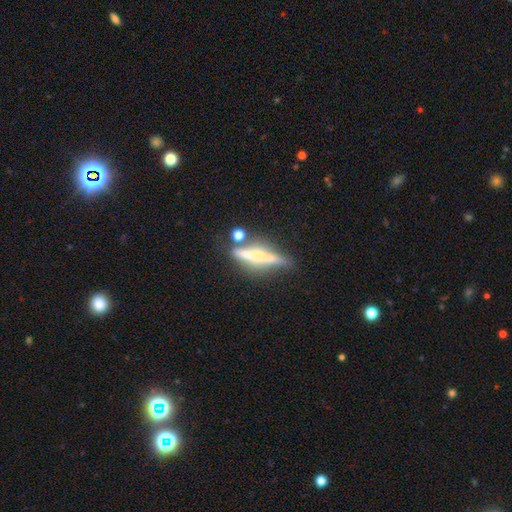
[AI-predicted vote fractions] smooth-or-featured: featured or disk: 58% | smooth: 32% | star or artifact: 10%
  disk-edge-on: yes: 88% | no: 12%
    edge-on-bulge: none: 46% | rounded: 38% | boxy: 16%
  merging: none: 62% | minor disturbance: 16% | merger: 15% | major disturbance: 8%